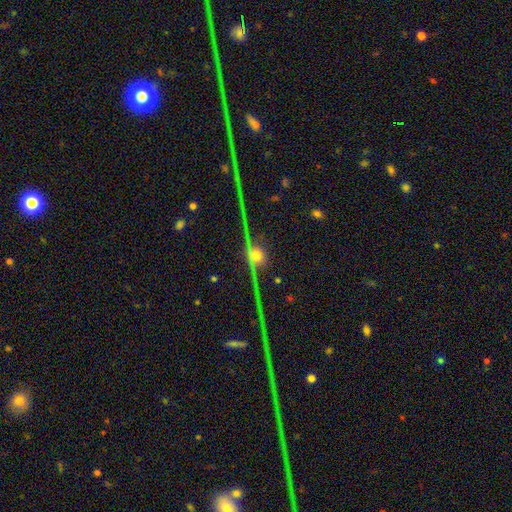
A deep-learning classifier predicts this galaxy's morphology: Overall: featured or disk (74%). Edge-on disk: yes (82%). Edge-on bulge: rounded (94%). Merging: none (69%).